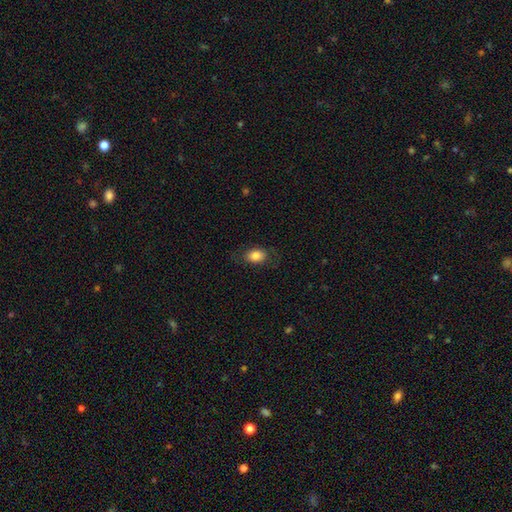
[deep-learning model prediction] smooth-or-featured: smooth: 83% | featured or disk: 9% | star or artifact: 8%
  how-rounded: in between: 82% | round: 17% | cigar-shaped: 1%
  merging: none: 79% | minor disturbance: 15% | major disturbance: 6% | merger: 1%